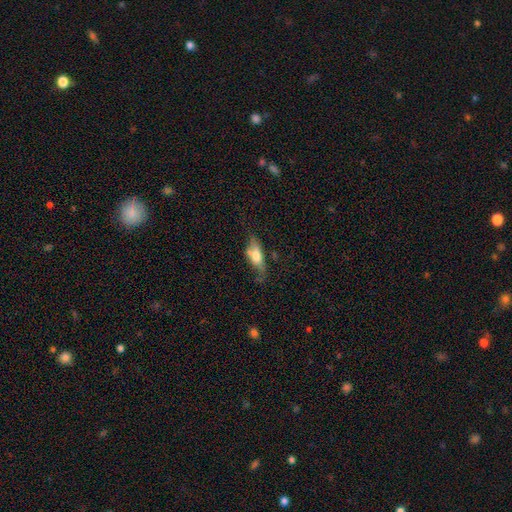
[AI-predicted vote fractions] Overall: smooth (61%; featured or disk 32%). How rounded: in between (72%). Merging: none (45%; minor disturbance 29%).